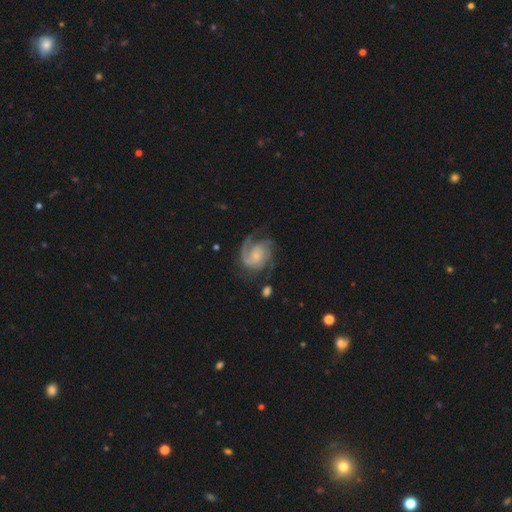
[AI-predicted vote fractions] Q: Smooth or featured?
A: featured or disk (87%); runner-up: smooth (8%)
Q: Edge-on disk?
A: no (98%); runner-up: yes (2%)
Q: Bar?
A: no (63%); runner-up: weak (31%)
Q: Spiral arms?
A: yes (97%); runner-up: no (3%)
Q: Spiral winding?
A: medium (45%); runner-up: tight (41%)
Q: Spiral arm count?
A: 2 (48%); runner-up: 3 (23%)
Q: Bulge size?
A: small (56%); runner-up: moderate (25%)
Q: Merging?
A: none (66%); runner-up: minor disturbance (18%)